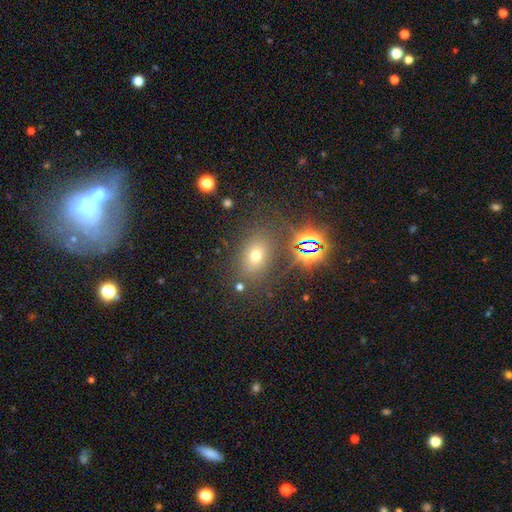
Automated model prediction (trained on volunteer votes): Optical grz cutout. It shows a smooth galaxy with no disk features (58%) that is in between round and cigar-shaped (65%). Merging: none (78%).